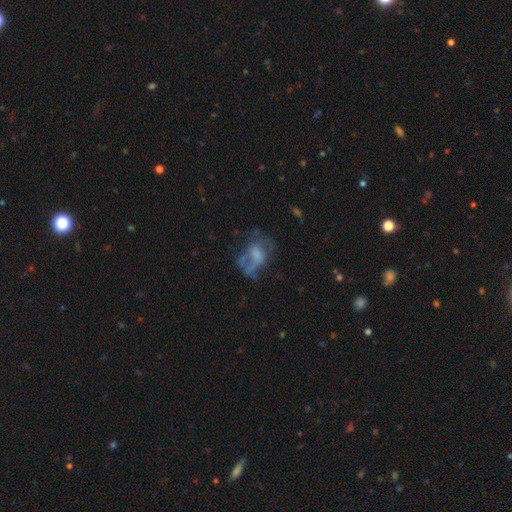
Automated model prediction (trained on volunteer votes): A featured or disk galaxy (51%). Merging: major disturbance (38%).